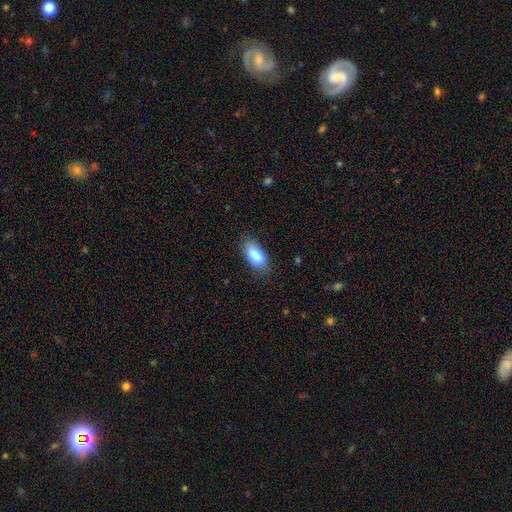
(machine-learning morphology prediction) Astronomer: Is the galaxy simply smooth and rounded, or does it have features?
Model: smooth — 86%.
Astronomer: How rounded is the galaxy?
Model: in between — 86%.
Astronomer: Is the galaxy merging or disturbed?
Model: none — 82%.